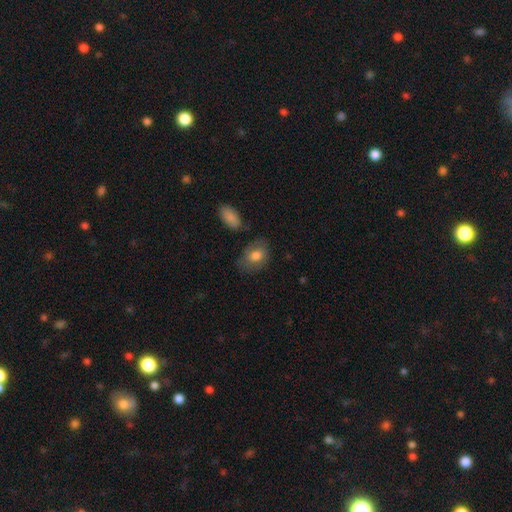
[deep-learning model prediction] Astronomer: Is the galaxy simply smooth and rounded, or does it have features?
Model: smooth — 72%.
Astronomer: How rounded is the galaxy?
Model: in between — 75%.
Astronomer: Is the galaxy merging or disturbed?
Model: none — 66%.